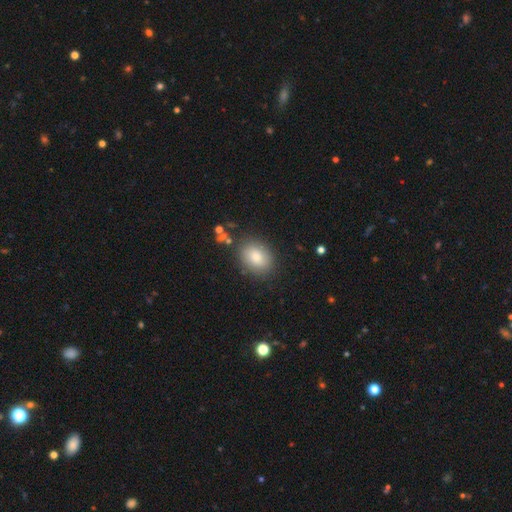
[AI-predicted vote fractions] smooth_or_featured: smooth (p=0.83) [alt: star or artifact p=0.09]
how_rounded: in between (p=0.65) [alt: round p=0.33]
merging: none (p=0.83) [alt: minor disturbance p=0.11]